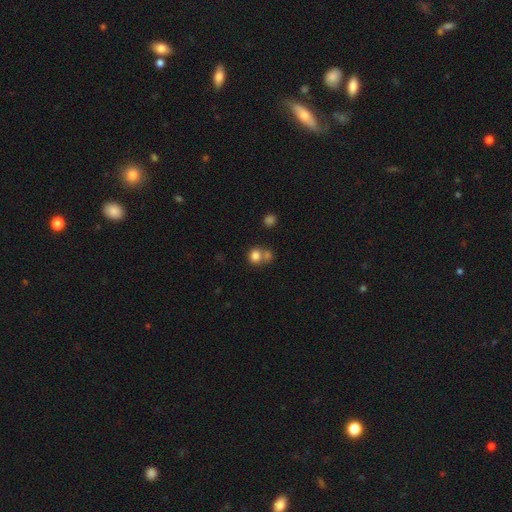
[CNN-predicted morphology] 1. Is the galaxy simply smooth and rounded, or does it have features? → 80% smooth, 11% star or artifact, 8% featured or disk.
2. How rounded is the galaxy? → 80% round, 20% in between, 1% cigar-shaped.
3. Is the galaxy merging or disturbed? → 47% none, 41% merger, 8% minor disturbance, 4% major disturbance.